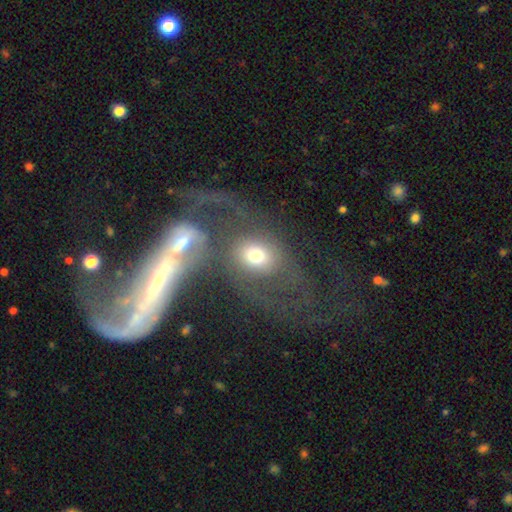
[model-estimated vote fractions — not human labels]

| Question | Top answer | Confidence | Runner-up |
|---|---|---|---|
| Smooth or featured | smooth | 50% | featured or disk (37%) |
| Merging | none | 35% | merger (32%) |